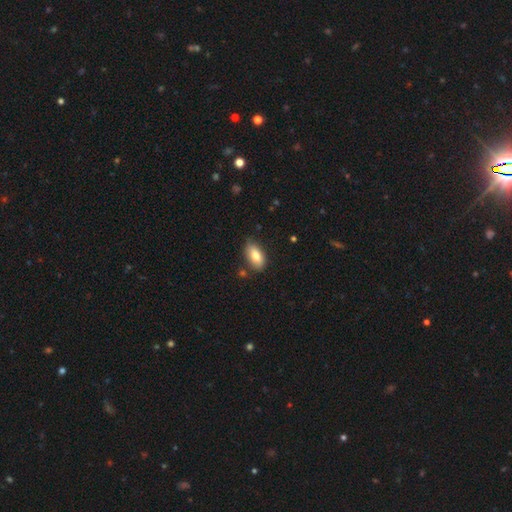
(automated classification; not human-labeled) Q: Smooth or featured?
A: smooth (81%); runner-up: featured or disk (12%)
Q: How rounded?
A: in between (91%); runner-up: cigar-shaped (6%)
Q: Merging?
A: none (78%); runner-up: minor disturbance (16%)